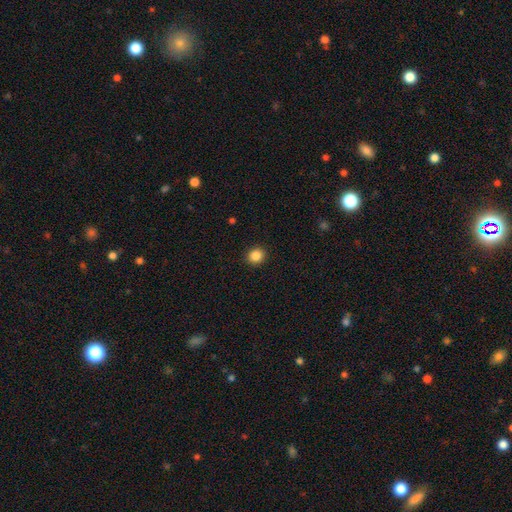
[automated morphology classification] This appears to be a smooth galaxy with no disk features (86%) that is round (84%). Merging: none (92%).